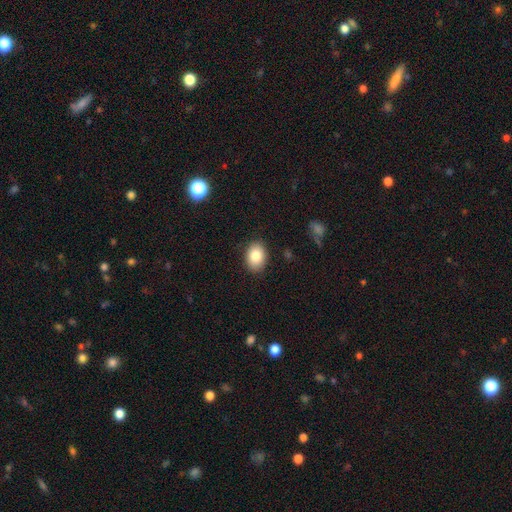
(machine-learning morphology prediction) A smooth galaxy with no disk features (84%) that is in between round and cigar-shaped (77%). Merging: none (87%).